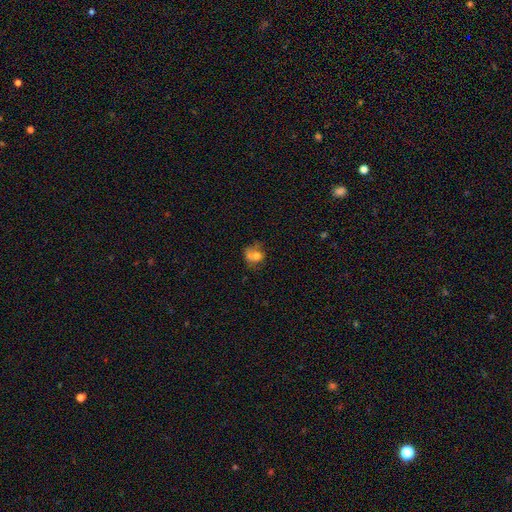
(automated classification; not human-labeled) Smooth or featured? smooth (64%)
How rounded? round (63%)
Merging? merger (38%)